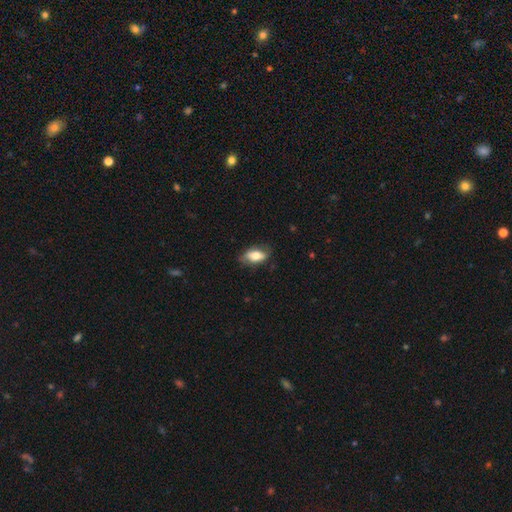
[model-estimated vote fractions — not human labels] A smooth galaxy with no disk features (68%) that is in between round and cigar-shaped (87%). Merging: none (72%).